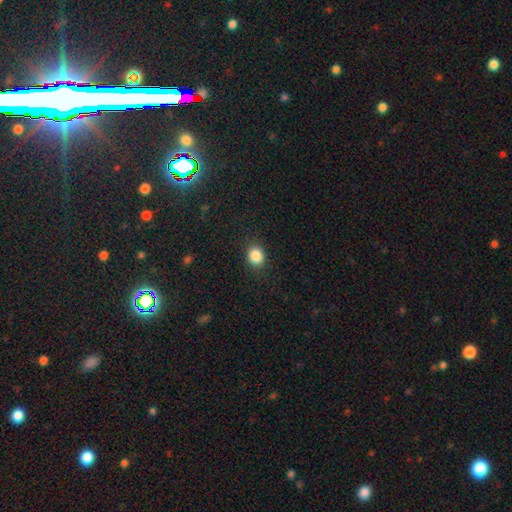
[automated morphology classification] smooth_or_featured: smooth (p=0.87) [alt: star or artifact p=0.10]
how_rounded: round (p=0.69) [alt: in between p=0.30]
merging: none (p=0.88) [alt: minor disturbance p=0.09]